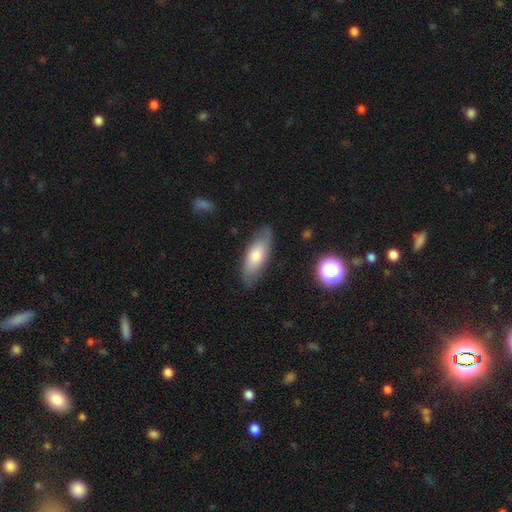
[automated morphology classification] The model was most divided on "smooth or featured": smooth: 63%, featured or disk: 30%, star or artifact: 7%. More confident: merging — none (78%); how rounded — in between (67%).